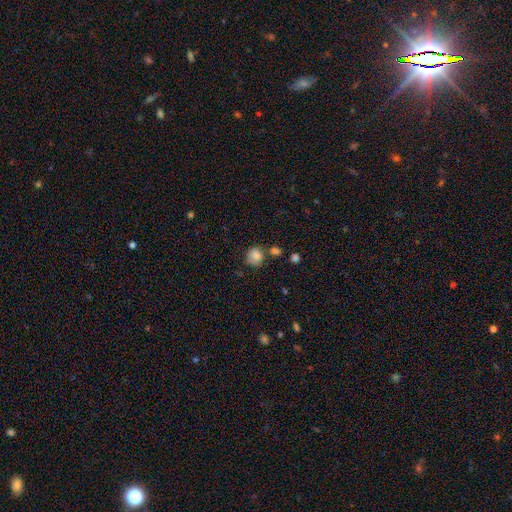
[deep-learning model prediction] A smooth galaxy with no disk features (82%) that is round (80%). Merging: none (58%).